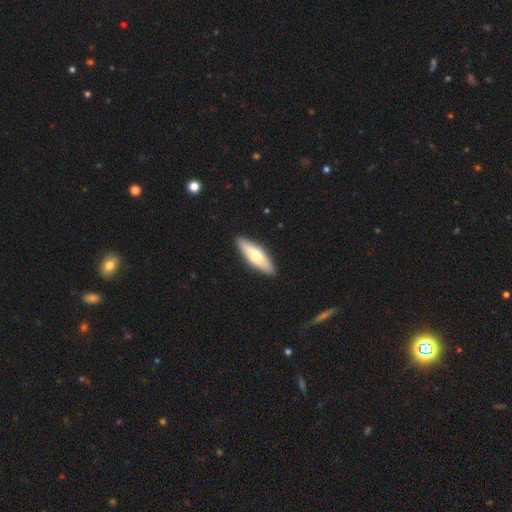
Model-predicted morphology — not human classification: smooth_or_featured: smooth (p=0.61) [alt: featured or disk p=0.34]
how_rounded: in between (p=0.52) [alt: cigar-shaped p=0.46]
merging: none (p=0.89) [alt: minor disturbance p=0.08]